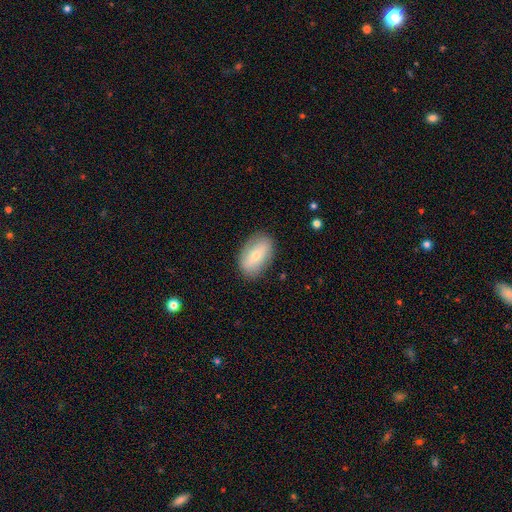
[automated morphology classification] smooth 63%, featured or disk 30%, star or artifact 7%. Down the decision tree: how rounded — in between (90%); merging — none (84%).